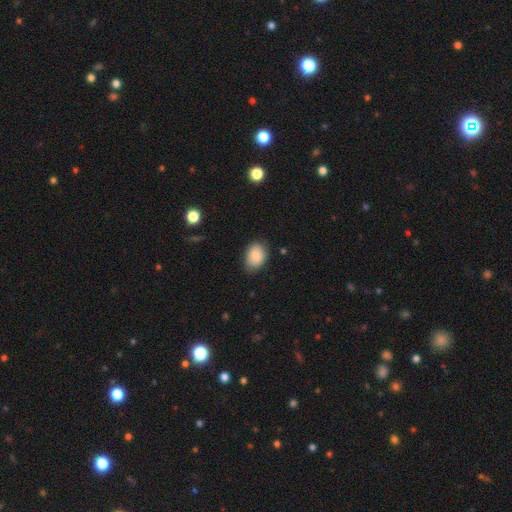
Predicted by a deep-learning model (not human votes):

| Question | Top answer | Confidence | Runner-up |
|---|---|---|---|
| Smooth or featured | smooth | 85% | featured or disk (8%) |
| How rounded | in between | 74% | round (25%) |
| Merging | none | 78% | minor disturbance (17%) |